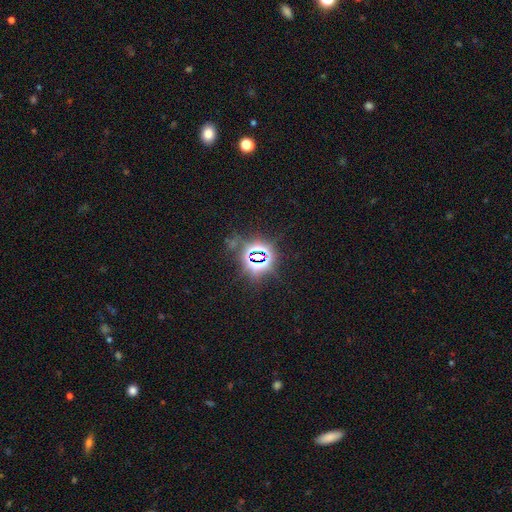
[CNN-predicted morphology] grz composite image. It shows a star or artifact, not a galaxy (81%).